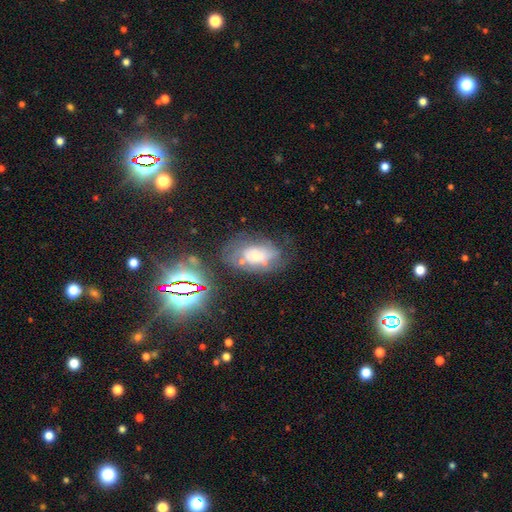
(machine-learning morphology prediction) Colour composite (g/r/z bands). It shows a featured or disk galaxy (53%) with no bar (80%), spiral arms (61%) and a small central bulge (46%). Merging: none (49%).